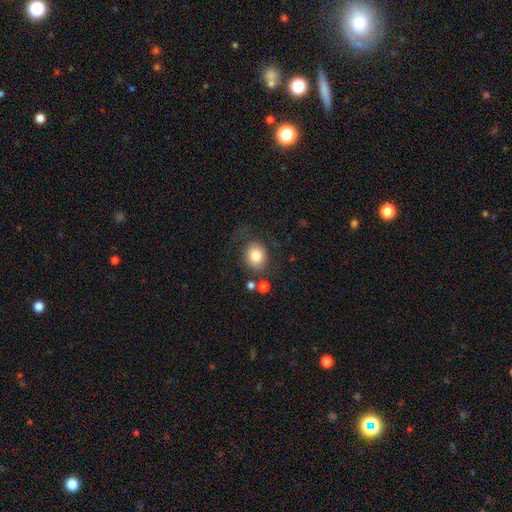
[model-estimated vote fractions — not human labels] This appears to be a smooth galaxy with no disk features (79%) that is round (62%). Merging: none (66%).